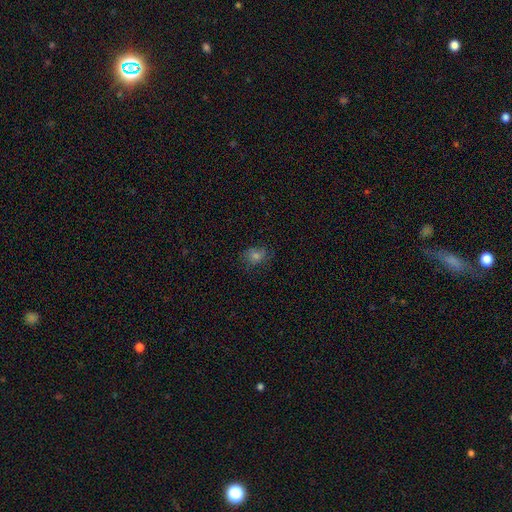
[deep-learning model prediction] Smooth or featured? Predicted: smooth (p=0.56). How rounded? Predicted: round (p=0.55). Merging? Predicted: none (p=0.73).